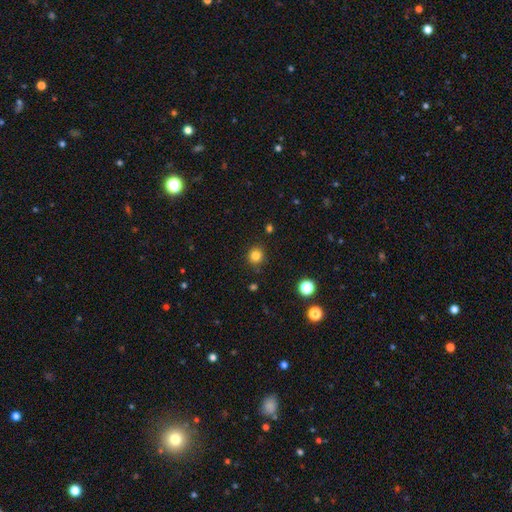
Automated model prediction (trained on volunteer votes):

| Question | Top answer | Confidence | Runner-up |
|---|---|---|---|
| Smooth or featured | smooth | 83% | star or artifact (13%) |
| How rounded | round | 90% | in between (10%) |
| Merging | none | 89% | minor disturbance (7%) |